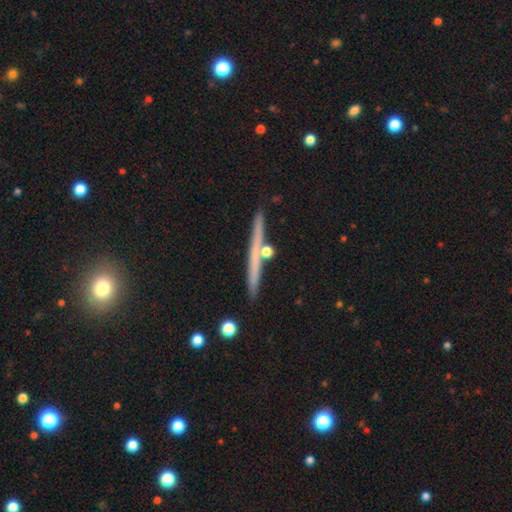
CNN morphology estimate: Overall: featured or disk (61%; smooth 32%). Edge-on disk: yes (97%). Edge-on bulge: none (65%; rounded 30%). Merging: none (86%).